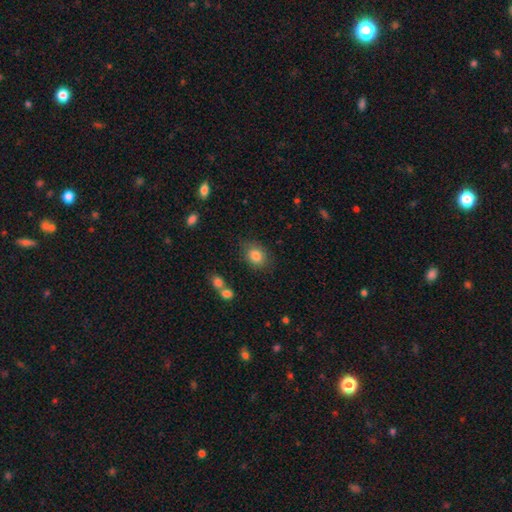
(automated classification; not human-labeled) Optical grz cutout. It shows a smooth galaxy with no disk features (84%) that is in between round and cigar-shaped (57%). Merging: none (79%).